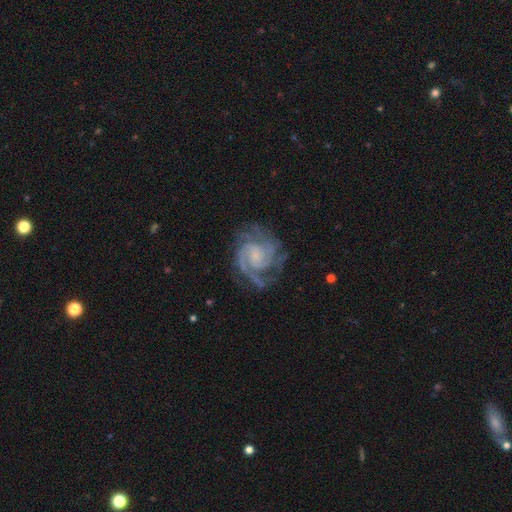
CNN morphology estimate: This is clearly a featured or disk galaxy (91%). It is clearly not viewed edge-on (98%). Bar: possibly no (58%). Spiral arm pattern: clearly yes (98%). Spiral arm count: possibly 2 (48%). Spiral winding: possibly tight (58%). Central bulge: possibly small (57%). Merging: likely none (72%).